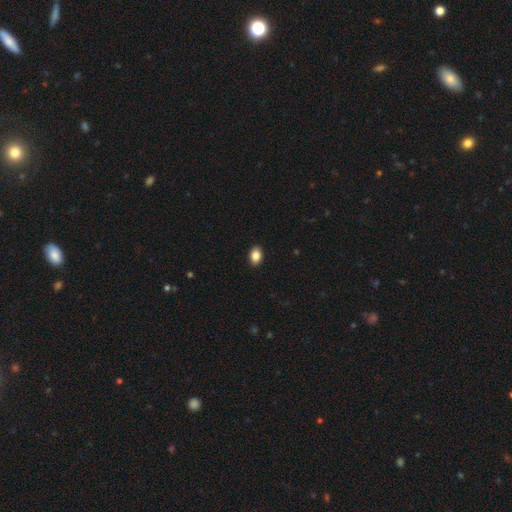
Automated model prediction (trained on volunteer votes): Smooth or featured?
  - smooth: 87% *
  - star or artifact: 8%
  - featured or disk: 5%
How rounded?
  - in between: 81% *
  - round: 18%
  - cigar-shaped: 1%
Merging?
  - none: 91% *
  - minor disturbance: 7%
  - major disturbance: 2%
  - merger: 1%